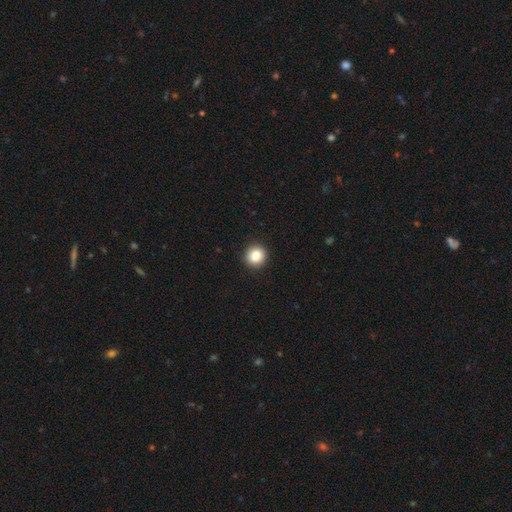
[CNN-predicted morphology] This appears to be a smooth galaxy with no disk features (84%) that is round (91%). Merging: none (93%).